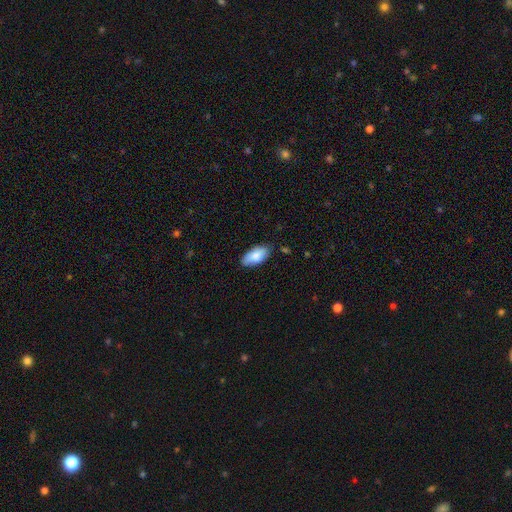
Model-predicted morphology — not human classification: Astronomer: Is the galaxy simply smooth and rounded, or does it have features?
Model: smooth — 84%.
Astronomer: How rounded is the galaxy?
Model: in between — 92%.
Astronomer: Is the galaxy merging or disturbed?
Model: none — 80%.